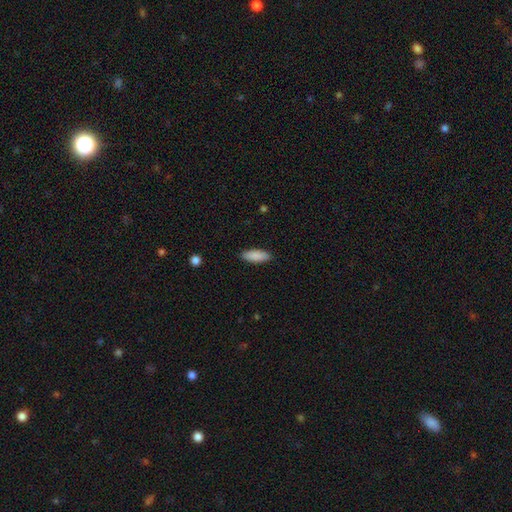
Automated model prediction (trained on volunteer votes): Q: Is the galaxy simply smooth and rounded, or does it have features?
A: smooth — 88%.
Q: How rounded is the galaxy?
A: in between — 71%.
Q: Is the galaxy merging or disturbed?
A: none — 89%.